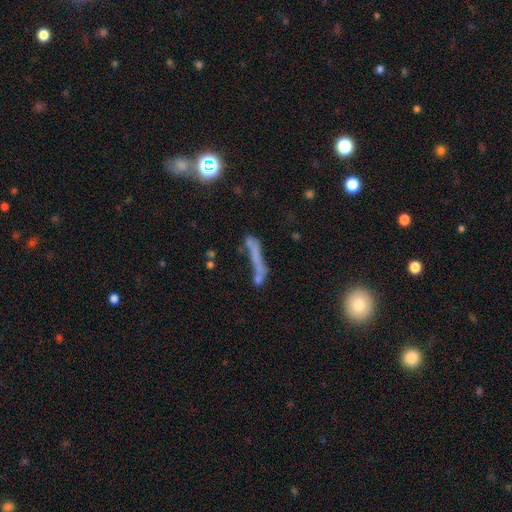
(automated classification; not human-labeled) Overall: smooth (48%; featured or disk 34%). Merging: none (43%; merger 23%).